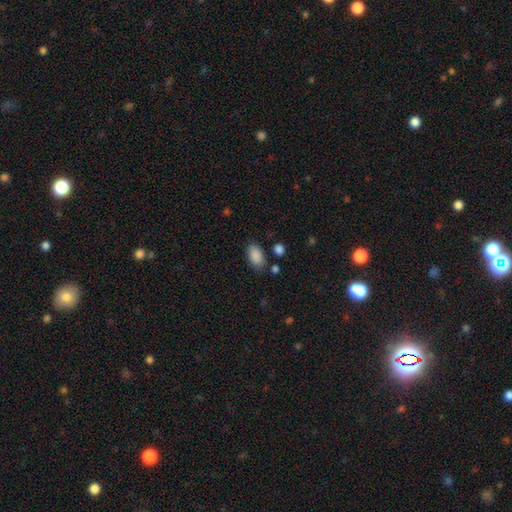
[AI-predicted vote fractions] The model was most divided on "merging": none: 80%, minor disturbance: 13%, merger: 4%, major disturbance: 4%. More confident: how rounded — in between (93%); smooth or featured — smooth (89%).